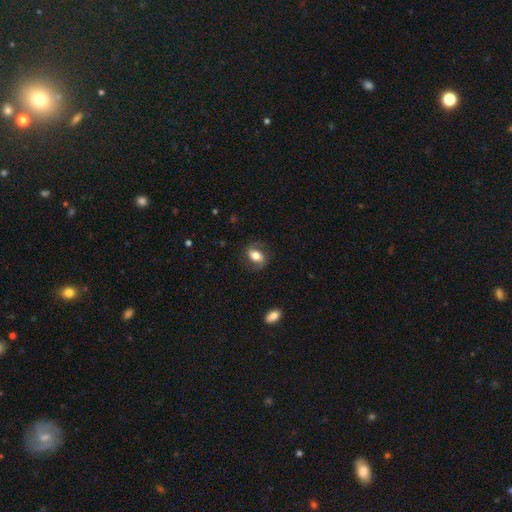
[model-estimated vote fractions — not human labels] A smooth galaxy with no disk features (50%) that is in between round and cigar-shaped (78%). Merging: none (75%).